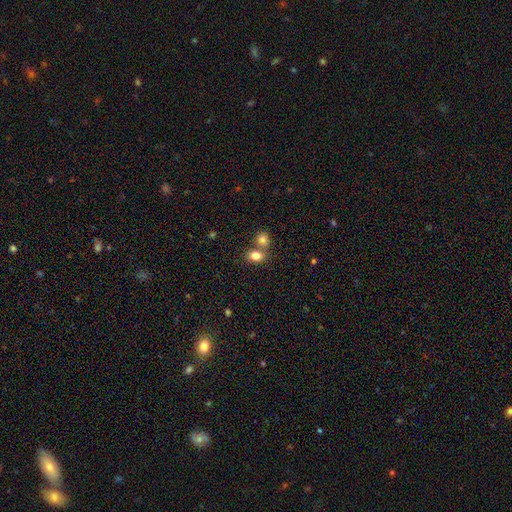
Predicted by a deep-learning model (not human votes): Smooth or featured? smooth (82%)
How rounded? in between (64%)
Merging? none (48%)